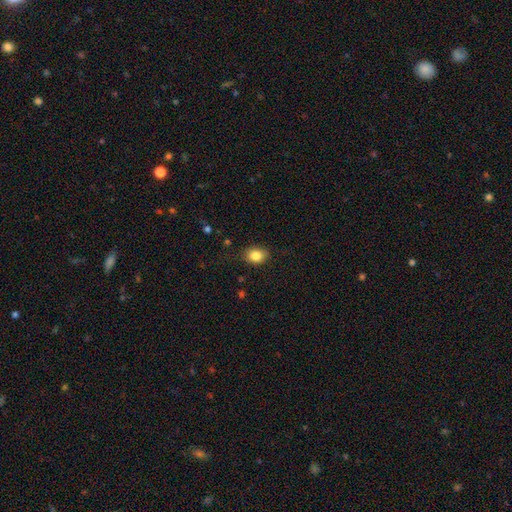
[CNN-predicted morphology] A smooth galaxy with no disk features (84%) that is in between round and cigar-shaped (57%).

Vote fractions:
- Smooth or featured? smooth: 84% / star or artifact: 9% / featured or disk: 7%
- How rounded? in between: 57% / round: 42% / cigar-shaped: 1%
- Merging? none: 81% / minor disturbance: 15% / major disturbance: 3% / merger: 1%